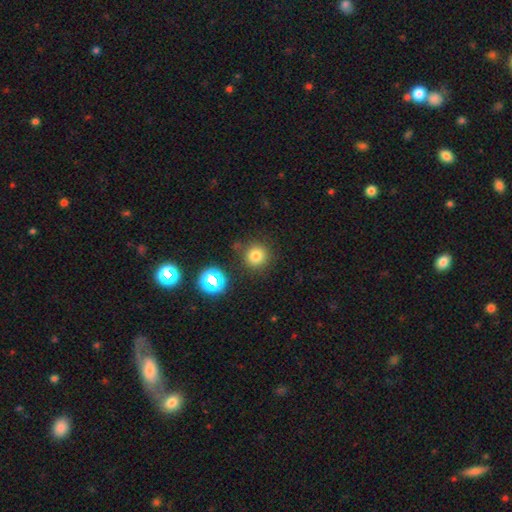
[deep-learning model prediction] A smooth galaxy with no disk features (76%) that is round (94%).

Vote fractions:
- Smooth or featured? smooth: 76% / star or artifact: 17% / featured or disk: 7%
- How rounded? round: 94% / in between: 5% / cigar-shaped: 1%
- Merging? none: 83% / minor disturbance: 9% / merger: 4% / major disturbance: 3%